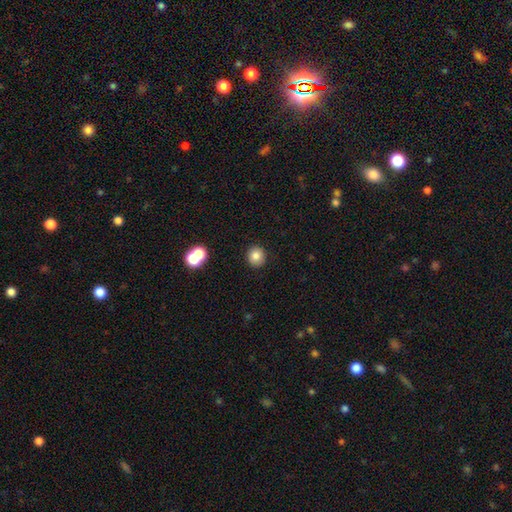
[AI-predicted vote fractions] smooth-or-featured: smooth: 81% | star or artifact: 11% | featured or disk: 7%
  how-rounded: round: 89% | in between: 10% | cigar-shaped: 1%
  merging: none: 89% | minor disturbance: 5% | merger: 3% | major disturbance: 2%